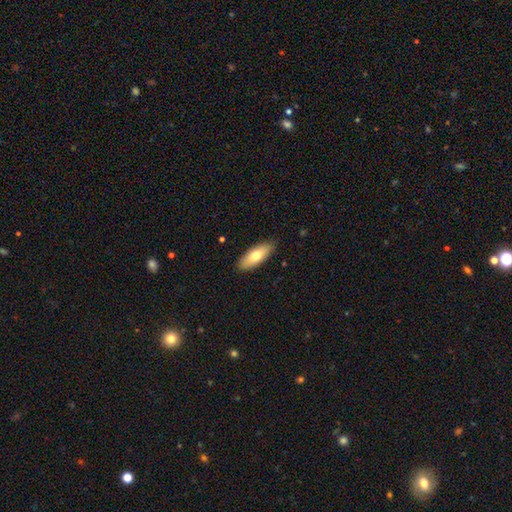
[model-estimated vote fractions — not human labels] A smooth galaxy with no disk features (70%) that is in between round and cigar-shaped (75%).

Vote fractions:
- Smooth or featured? smooth: 70% / featured or disk: 24% / star or artifact: 6%
- How rounded? in between: 75% / cigar-shaped: 22% / round: 2%
- Merging? none: 87% / minor disturbance: 10% / major disturbance: 2% / merger: 1%